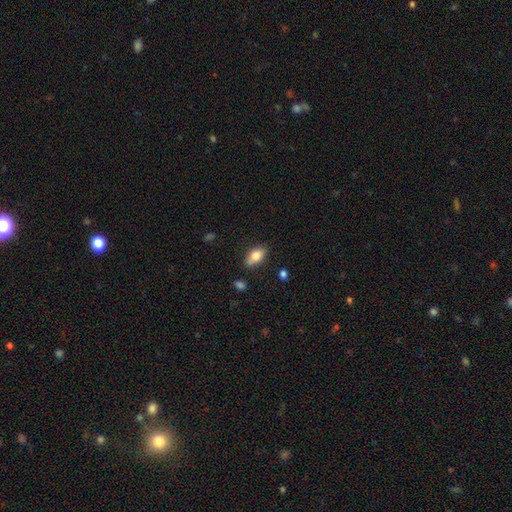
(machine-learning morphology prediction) smooth_or_featured: smooth (p=0.80) [alt: featured or disk p=0.12]
how_rounded: in between (p=0.89) [alt: round p=0.06]
merging: none (p=0.79) [alt: minor disturbance p=0.16]